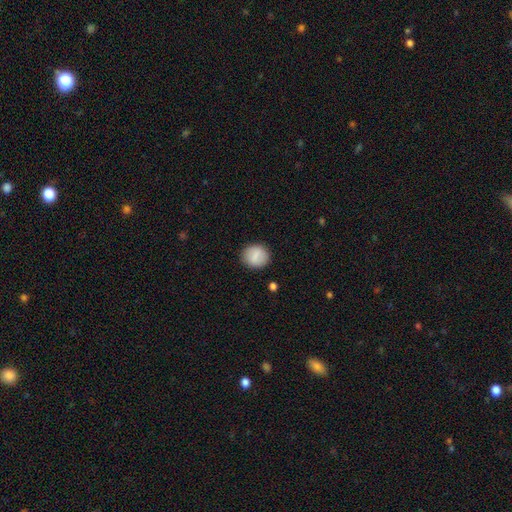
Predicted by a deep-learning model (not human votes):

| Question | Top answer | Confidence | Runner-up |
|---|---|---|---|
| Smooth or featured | smooth | 80% | featured or disk (13%) |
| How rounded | round | 76% | in between (23%) |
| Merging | none | 87% | minor disturbance (8%) |